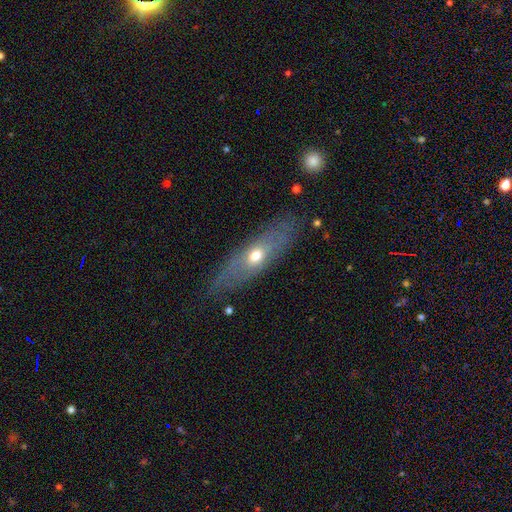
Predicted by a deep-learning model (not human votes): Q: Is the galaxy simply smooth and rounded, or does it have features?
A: featured or disk — 54%.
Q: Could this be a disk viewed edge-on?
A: no — 56%.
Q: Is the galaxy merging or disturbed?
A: none — 77%.